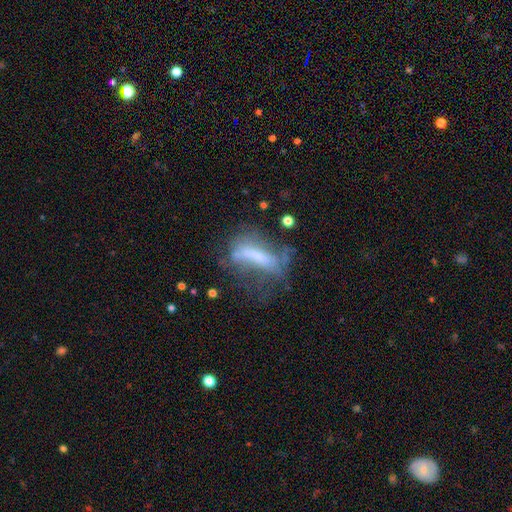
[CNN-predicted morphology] smooth_or_featured: featured or disk (p=0.47) [alt: smooth p=0.40]
merging: major disturbance (p=0.36) [alt: none p=0.32]